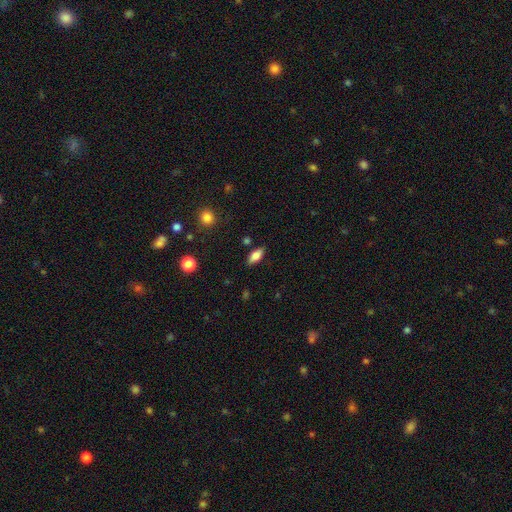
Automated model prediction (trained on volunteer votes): smooth_or_featured: smooth (p=0.74) [alt: featured or disk p=0.18]
how_rounded: in between (p=0.83) [alt: cigar-shaped p=0.14]
merging: none (p=0.85) [alt: minor disturbance p=0.11]